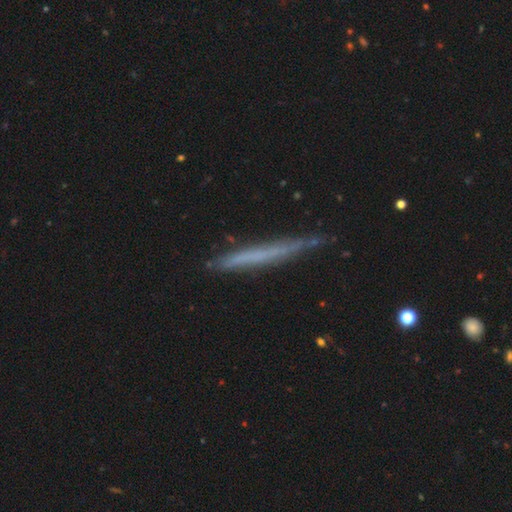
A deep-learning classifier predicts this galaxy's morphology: This is possibly a smooth galaxy (46%). Merging: clearly none (84%).